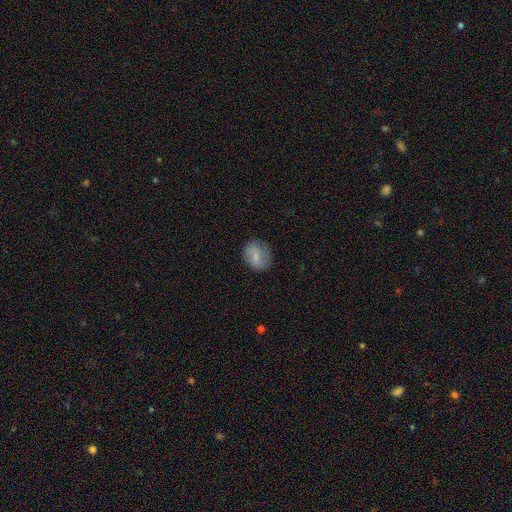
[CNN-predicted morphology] This is likely a smooth galaxy (72%). How rounded: possibly round (54%). Merging: likely none (76%).